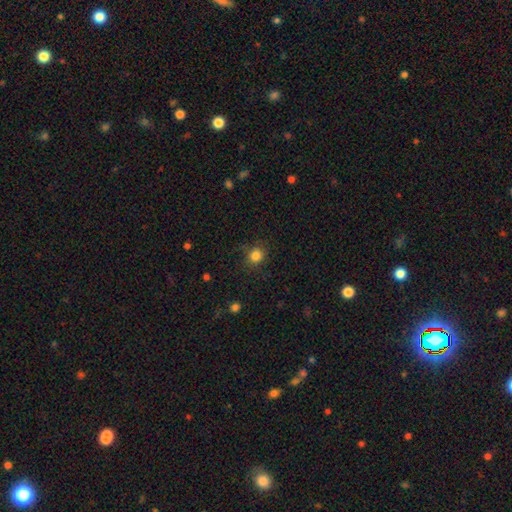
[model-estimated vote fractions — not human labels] Smooth or featured? Predicted: smooth (p=0.83). How rounded? Predicted: round (p=0.84). Merging? Predicted: none (p=0.83).